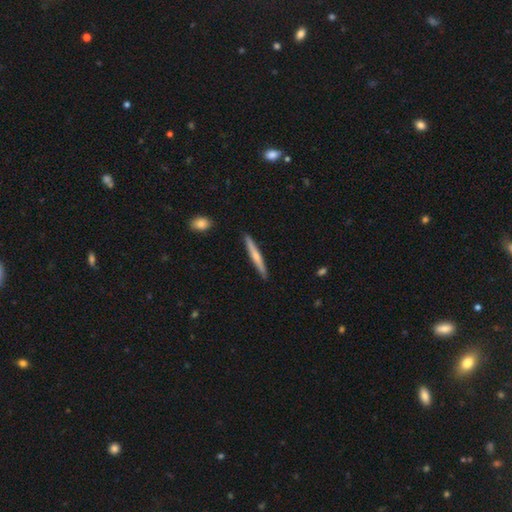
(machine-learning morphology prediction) A smooth galaxy with no disk features (51%) that is cigar-shaped (96%).

Vote fractions:
- Smooth or featured? smooth: 51% / featured or disk: 44% / star or artifact: 5%
- How rounded? cigar-shaped: 96% / in between: 3% / round: 1%
- Merging? none: 90% / minor disturbance: 7% / merger: 1% / major disturbance: 1%